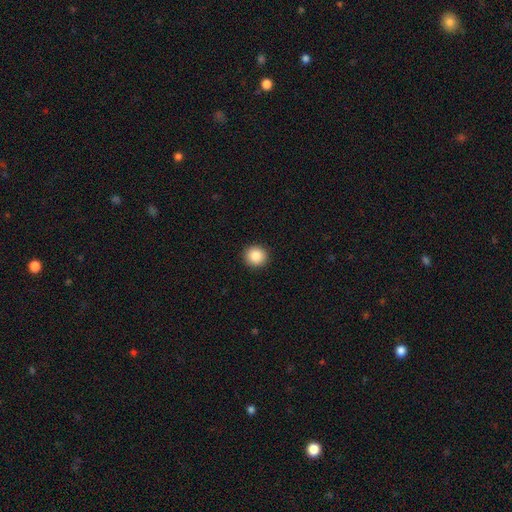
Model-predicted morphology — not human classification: type=smooth (87%); roundness=round (93%); merging=none (93%).